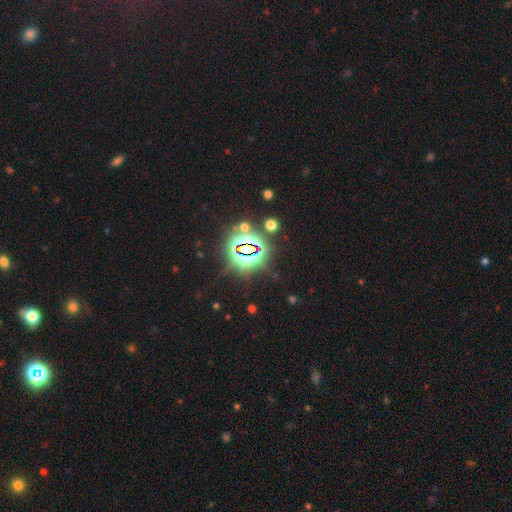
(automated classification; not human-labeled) This is clearly a star or artifact rather than a galaxy (81%).